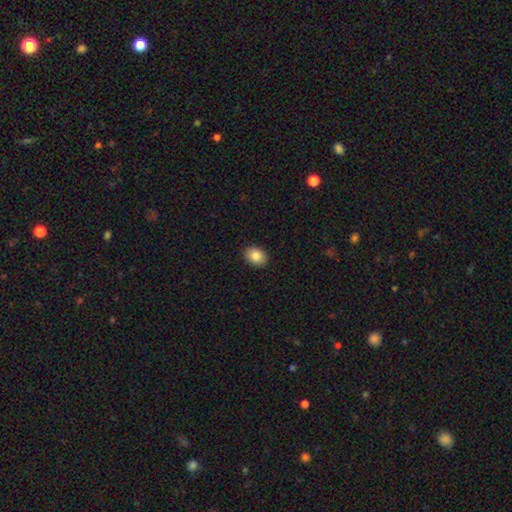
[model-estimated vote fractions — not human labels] Smooth or featured? Predicted: smooth (p=0.87). How rounded? Predicted: in between (p=0.65). Merging? Predicted: none (p=0.90).